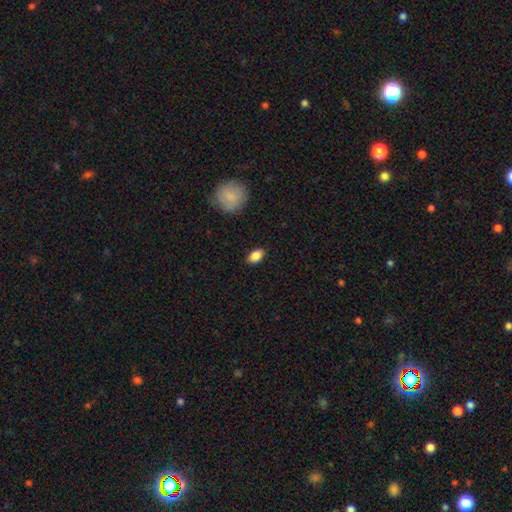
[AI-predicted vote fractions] This is clearly a smooth galaxy (87%). How rounded: clearly in between (85%). Merging: clearly none (88%).